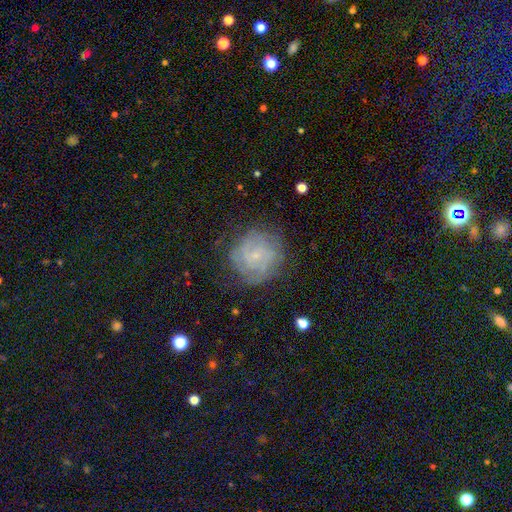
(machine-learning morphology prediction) smooth-or-featured: featured or disk: 60% | smooth: 31% | star or artifact: 9%
  disk-edge-on: no: 98% | yes: 2%
    bar: no: 70% | weak: 26% | strong: 4%
    has-spiral-arms: yes: 76% | no: 24%
    bulge-size: small: 80% | moderate: 11% | none: 7% | large: 1% | dominant: 1%
  merging: none: 70% | minor disturbance: 19% | major disturbance: 10% | merger: 1%